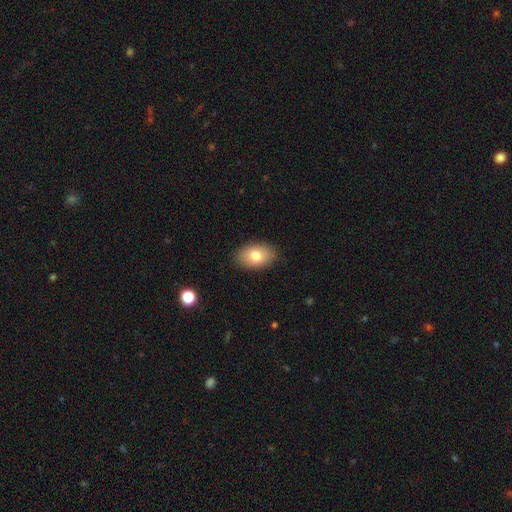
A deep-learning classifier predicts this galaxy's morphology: A smooth galaxy with no disk features (78%) that is in between round and cigar-shaped (88%). Merging: none (87%).